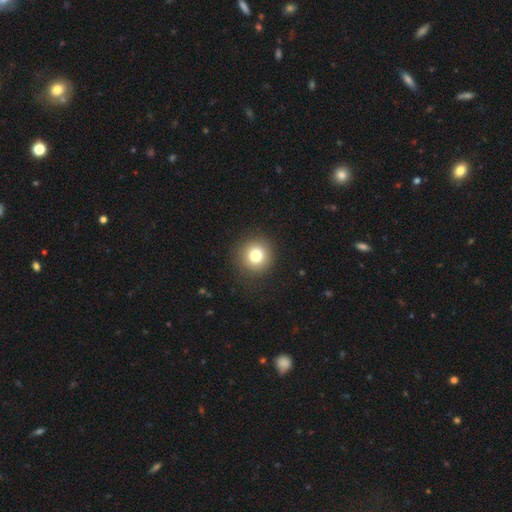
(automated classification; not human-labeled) A smooth galaxy with no disk features (79%) that is round (94%).

Vote fractions:
- Smooth or featured? smooth: 79% / star or artifact: 11% / featured or disk: 10%
- How rounded? round: 94% / in between: 5% / cigar-shaped: 1%
- Merging? none: 89% / minor disturbance: 7% / major disturbance: 3% / merger: 1%